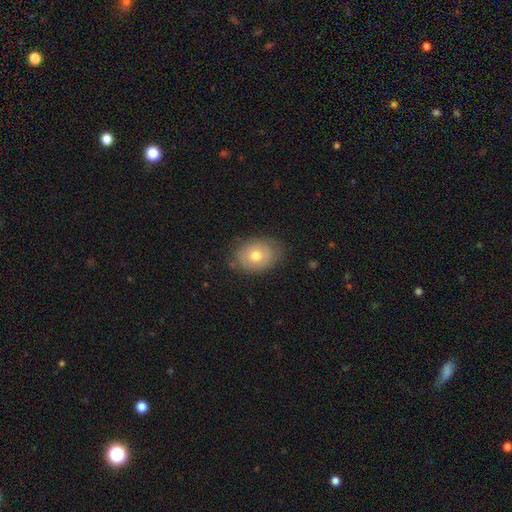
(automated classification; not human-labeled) The model was most divided on "how rounded": in between: 58%, round: 41%, cigar-shaped: 1%. More confident: merging — none (77%); smooth or featured — smooth (66%).